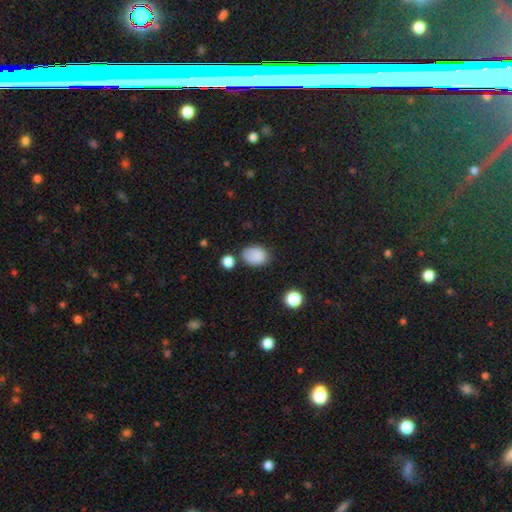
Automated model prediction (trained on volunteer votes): smooth-or-featured: smooth: 86% | star or artifact: 9% | featured or disk: 5%
  how-rounded: in between: 68% | round: 31% | cigar-shaped: 1%
  merging: none: 70% | minor disturbance: 19% | merger: 7% | major disturbance: 5%